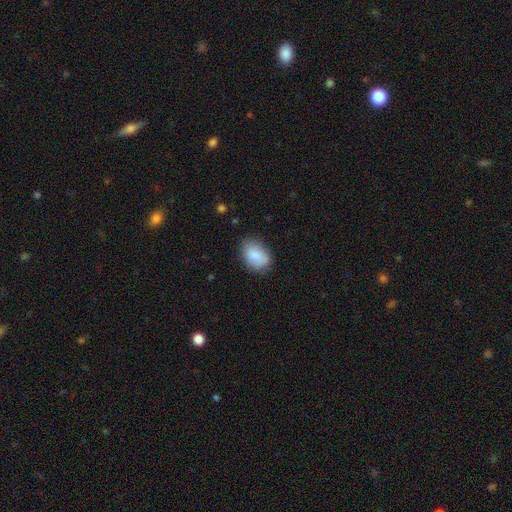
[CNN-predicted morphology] A smooth galaxy with no disk features (85%) that is in between round and cigar-shaped (84%).

Vote fractions:
- Smooth or featured? smooth: 85% / featured or disk: 8% / star or artifact: 7%
- How rounded? in between: 84% / round: 15% / cigar-shaped: 1%
- Merging? none: 76% / minor disturbance: 19% / major disturbance: 4% / merger: 1%